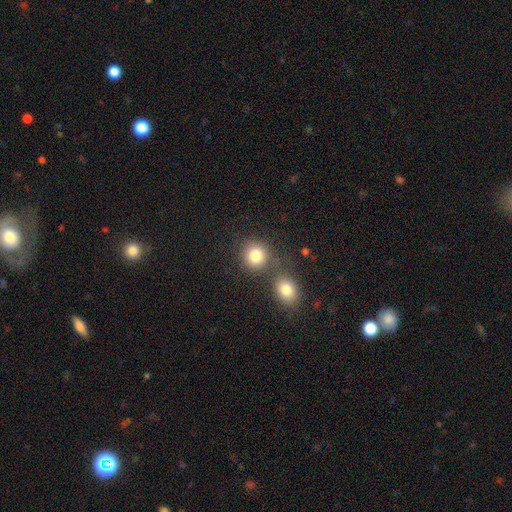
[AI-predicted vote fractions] This is clearly a smooth galaxy (83%). How rounded: clearly round (84%). Merging: likely none (63%).